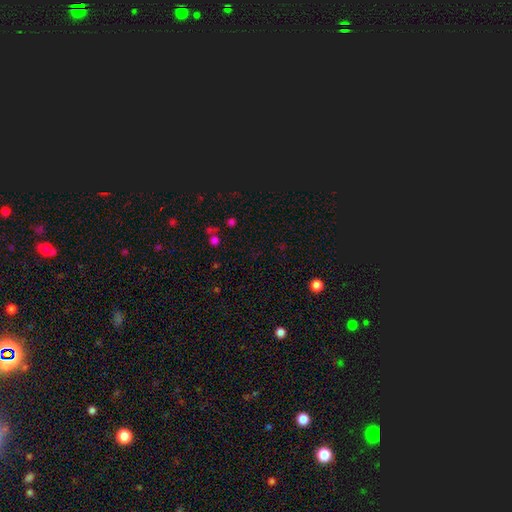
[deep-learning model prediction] A star or artifact, not a galaxy (55%).

Vote fractions:
- Smooth or featured? star or artifact: 55% / smooth: 38% / featured or disk: 7%